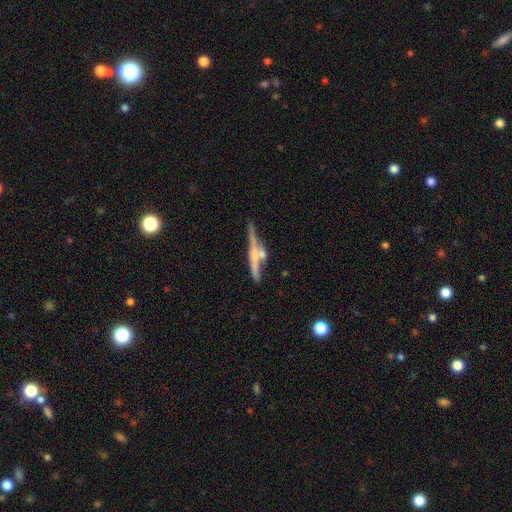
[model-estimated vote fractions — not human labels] The model was most divided on "merging": none: 48%, merger: 30%, minor disturbance: 14%, major disturbance: 7%. More confident: edge-on disk — yes (91%); smooth or featured — featured or disk (61%); edge-on bulge — rounded (58%).